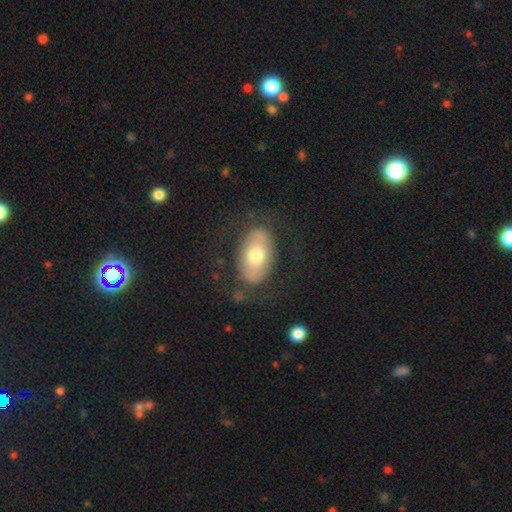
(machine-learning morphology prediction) Smooth or featured? smooth (54%)
How rounded? in between (89%)
Merging? none (76%)